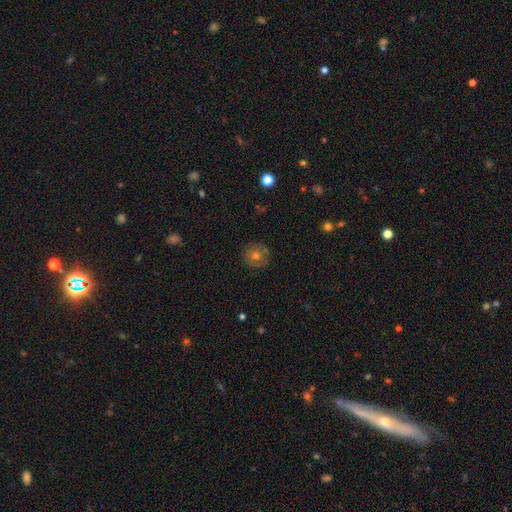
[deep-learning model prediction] Q: Smooth or featured?
A: smooth (58%); runner-up: featured or disk (25%)
Q: How rounded?
A: round (94%); runner-up: in between (5%)
Q: Merging?
A: none (87%); runner-up: minor disturbance (9%)